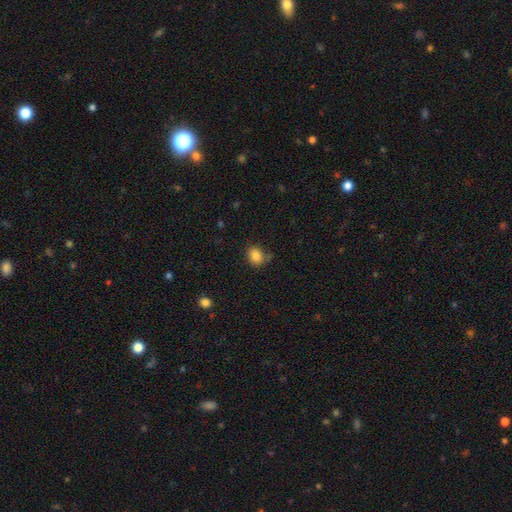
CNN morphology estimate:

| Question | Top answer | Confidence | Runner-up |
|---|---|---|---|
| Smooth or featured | smooth | 84% | star or artifact (10%) |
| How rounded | round | 54% | in between (46%) |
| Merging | none | 68% | minor disturbance (21%) |